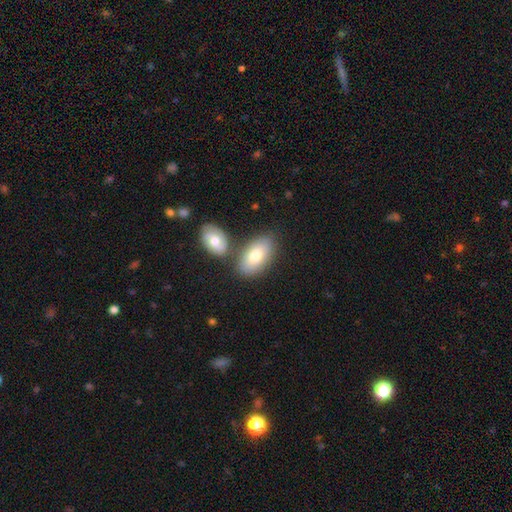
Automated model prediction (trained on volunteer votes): The model was most divided on "merging": none: 63%, merger: 23%, minor disturbance: 11%, major disturbance: 3%. More confident: how rounded — in between (93%); smooth or featured — smooth (74%).